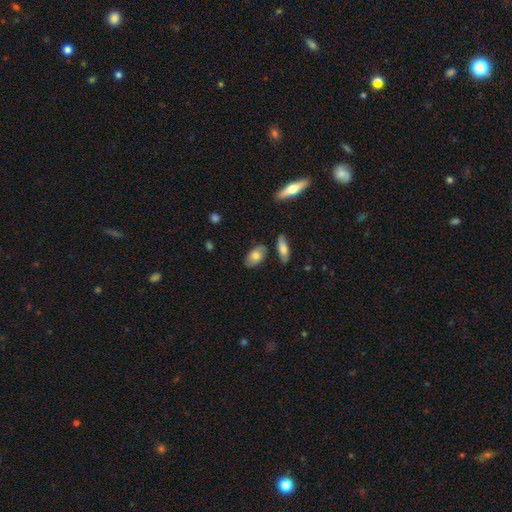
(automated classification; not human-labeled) Morphology: type=smooth (71%); roundness=in between (89%); merging=none (75%).